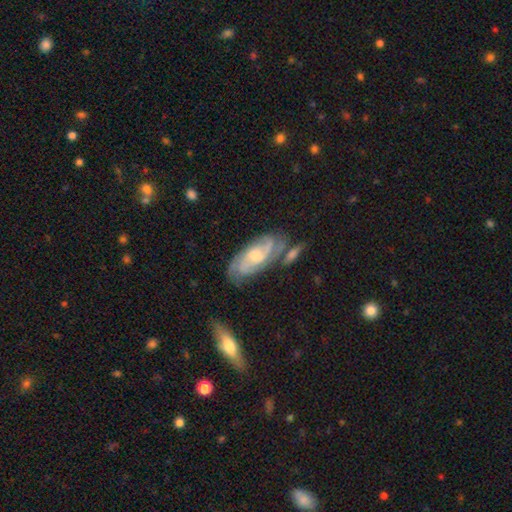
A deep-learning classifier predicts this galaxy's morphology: featured or disk 76%, smooth 17%, star or artifact 7%. Down the decision tree: edge-on disk — no (91%); bar — no (60%); spiral arms — yes (93%); spiral arm count — 2 (37%); spiral winding — tight (52%); bulge size — moderate (50%); merging — none (64%).